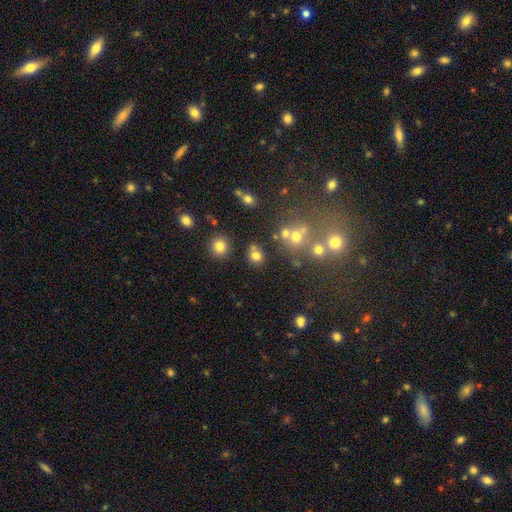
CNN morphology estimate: This is likely a smooth galaxy (73%). How rounded: likely round (73%). Merging: likely none (68%).